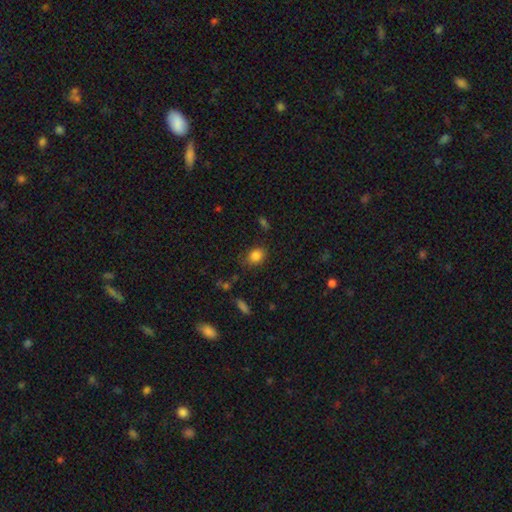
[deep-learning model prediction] Smooth or featured? smooth (84%)
How rounded? in between (59%)
Merging? none (76%)